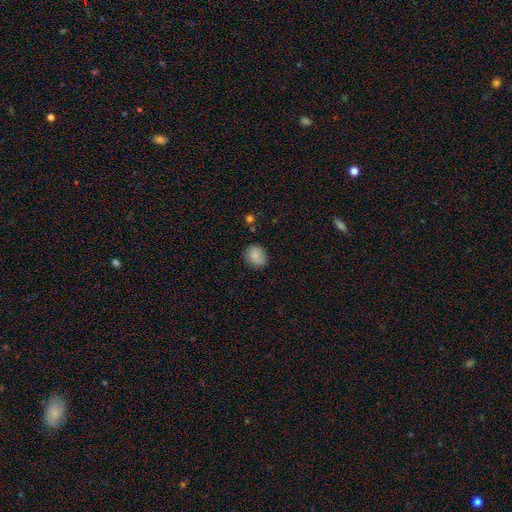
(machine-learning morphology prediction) A smooth galaxy with no disk features (84%) that is round (77%). Merging: none (82%).